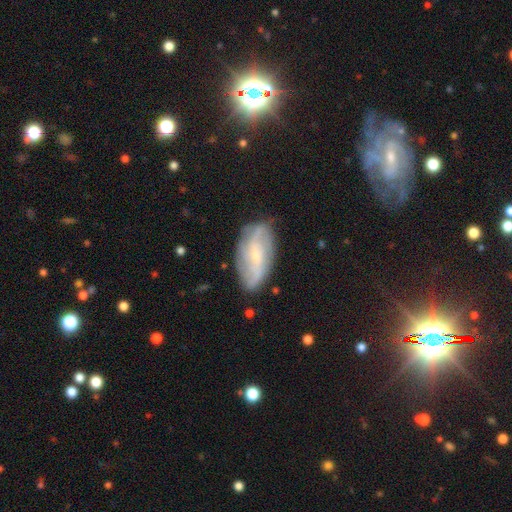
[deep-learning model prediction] The model was most divided on "bar": no: 45%, weak: 39%, strong: 16%. Remaining: edge-on disk — no (91%); spiral arms — yes (86%); merging — none (77%); bulge size — small (73%); smooth or featured — featured or disk (67%); spiral arm count — 2 (43%); spiral winding — loose (40%).